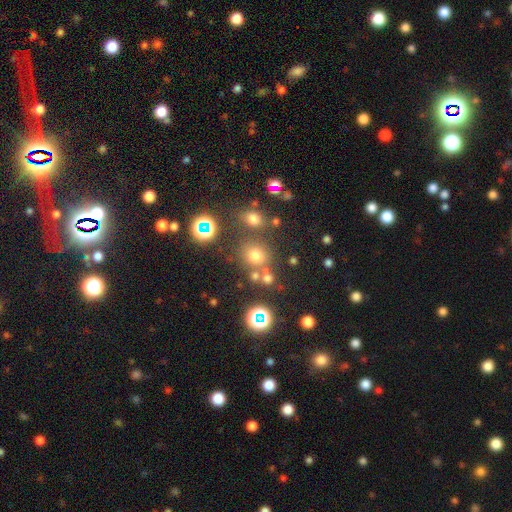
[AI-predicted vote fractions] Morphology: type=smooth (58%); roundness=round (87%); merging=none (70%).